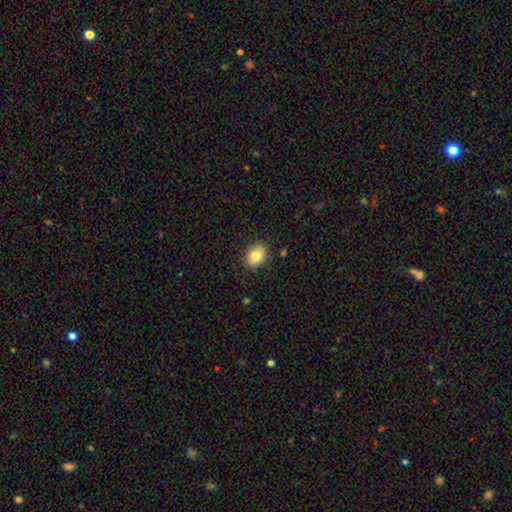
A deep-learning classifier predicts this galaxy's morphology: Smooth or featured?
  - smooth: 80% *
  - featured or disk: 12%
  - star or artifact: 8%
How rounded?
  - in between: 66% *
  - round: 33%
  - cigar-shaped: 1%
Merging?
  - none: 88% *
  - minor disturbance: 9%
  - major disturbance: 2%
  - merger: 1%